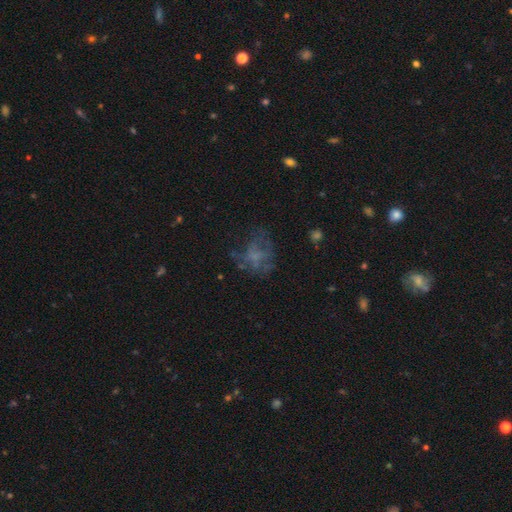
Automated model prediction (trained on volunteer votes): The model was most divided on "smooth or featured": featured or disk: 45%, smooth: 35%, star or artifact: 20%. Remaining: merging — none (46%).